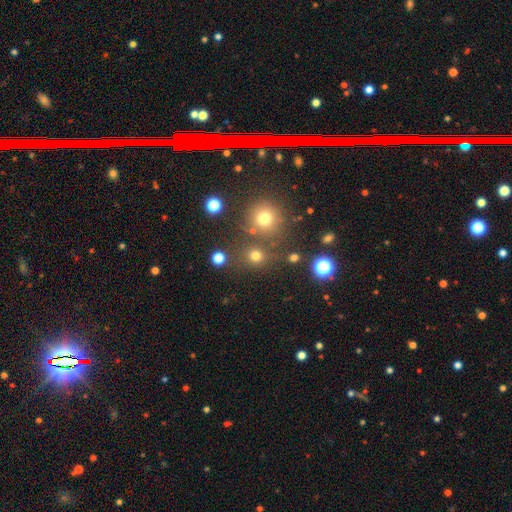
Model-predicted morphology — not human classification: Smooth or featured? Predicted: smooth (p=0.72). How rounded? Predicted: round (p=0.88). Merging? Predicted: none (p=0.75).